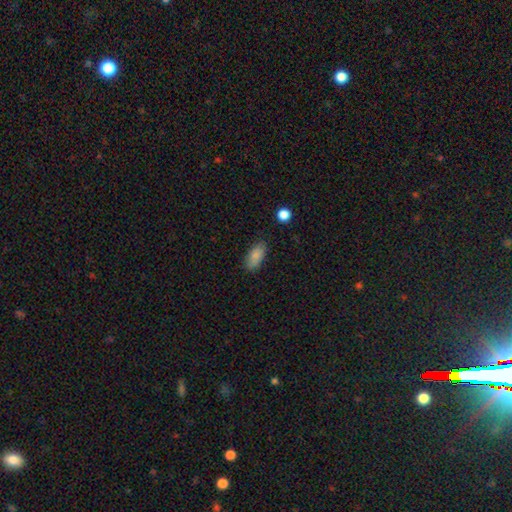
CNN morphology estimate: This appears to be a smooth galaxy with no disk features (86%) that is in between round and cigar-shaped (87%). Merging: none (82%).